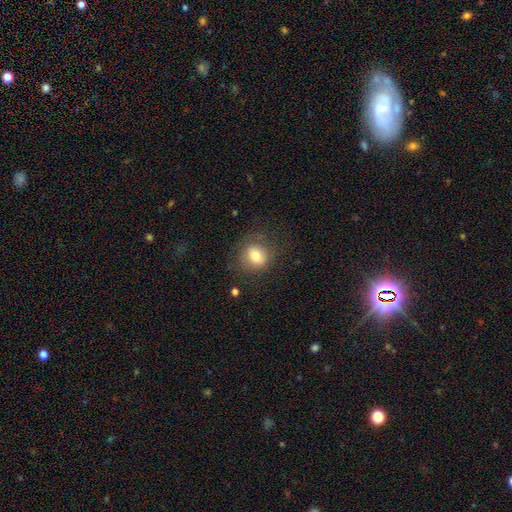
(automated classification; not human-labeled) smooth-or-featured: smooth: 76% | featured or disk: 14% | star or artifact: 10%
  how-rounded: round: 75% | in between: 24% | cigar-shaped: 1%
  merging: none: 76% | minor disturbance: 15% | major disturbance: 8% | merger: 2%